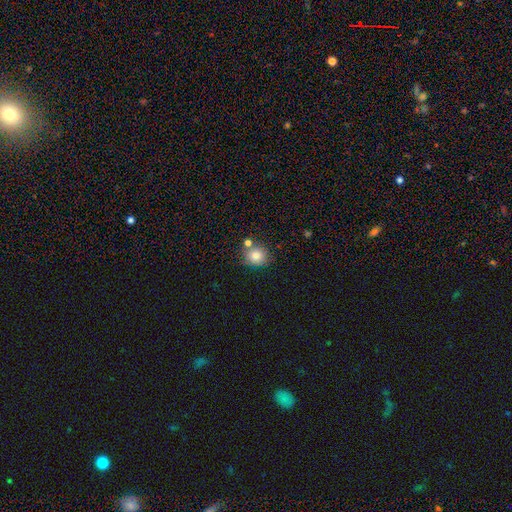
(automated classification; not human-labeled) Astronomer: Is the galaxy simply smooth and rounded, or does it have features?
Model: smooth — 80%.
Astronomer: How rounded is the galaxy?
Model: round — 83%.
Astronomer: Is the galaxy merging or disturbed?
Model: none — 69%.